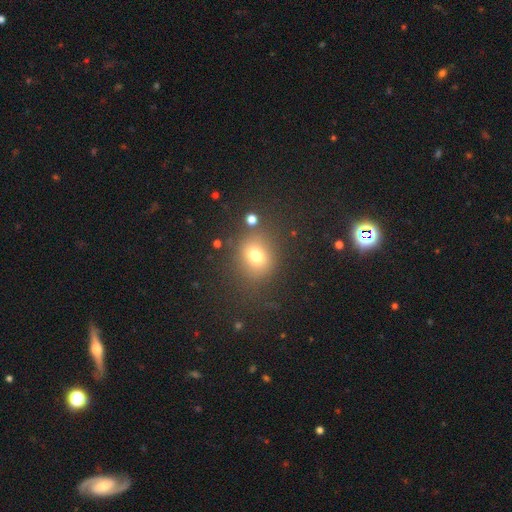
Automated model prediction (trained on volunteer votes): Overall: smooth (74%). How rounded: round (70%). Merging: none (75%).